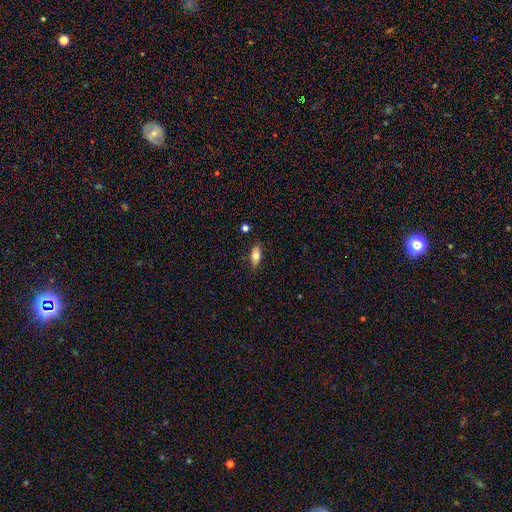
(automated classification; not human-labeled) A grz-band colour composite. It shows a smooth galaxy with no disk features (74%) that is in between round and cigar-shaped (84%). Merging: none (83%).